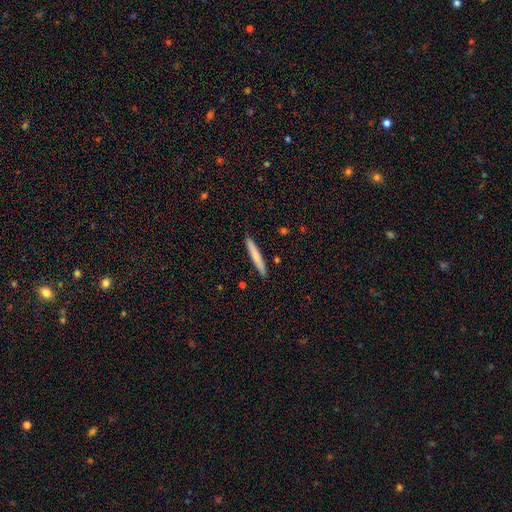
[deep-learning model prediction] smooth 71%, featured or disk 23%, star or artifact 5%. Down the decision tree: how rounded — cigar-shaped (95%); merging — none (90%).